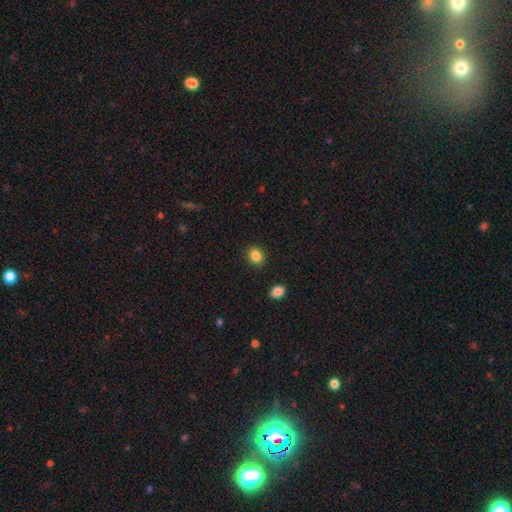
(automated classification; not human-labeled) Q: Smooth or featured?
A: smooth (86%); runner-up: star or artifact (10%)
Q: How rounded?
A: round (65%); runner-up: in between (34%)
Q: Merging?
A: none (90%); runner-up: minor disturbance (6%)